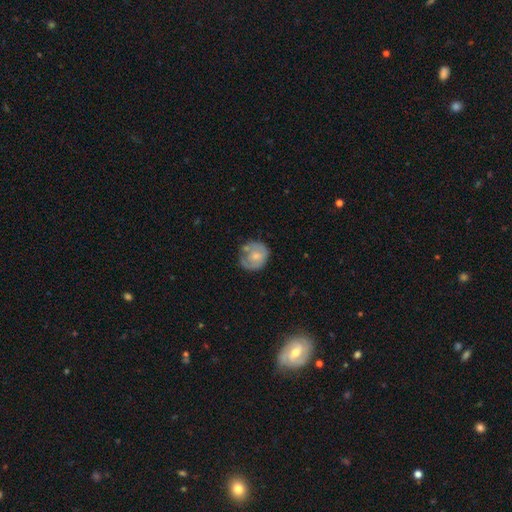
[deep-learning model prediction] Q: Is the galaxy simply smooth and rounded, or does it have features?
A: smooth — 47%, tied with featured or disk.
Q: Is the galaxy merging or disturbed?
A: none — 58%.